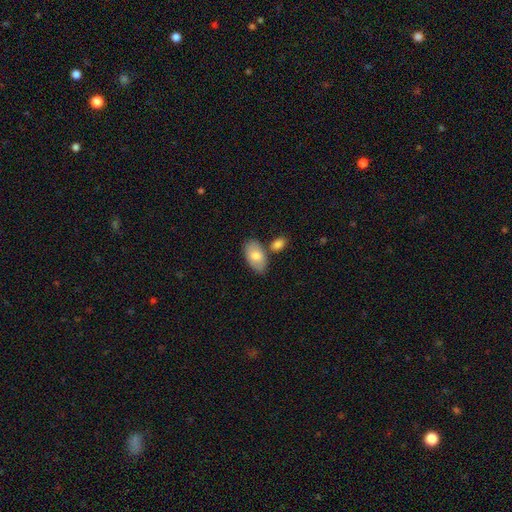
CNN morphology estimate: This appears to be a smooth galaxy with no disk features (76%) that is in between round and cigar-shaped (94%). Merging: none (68%).